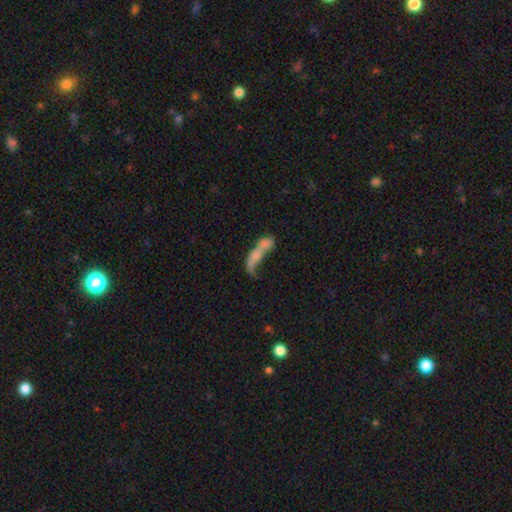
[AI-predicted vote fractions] smooth 51%, featured or disk 39%, star or artifact 10%. Down the decision tree: how rounded — cigar-shaped (58%); merging — merger (44%).